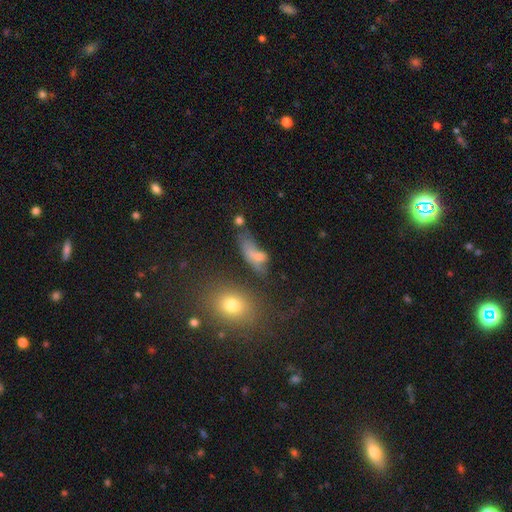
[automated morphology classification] Overall: smooth (62%). How rounded: in between (66%). Merging: none (34%; merger 27%).